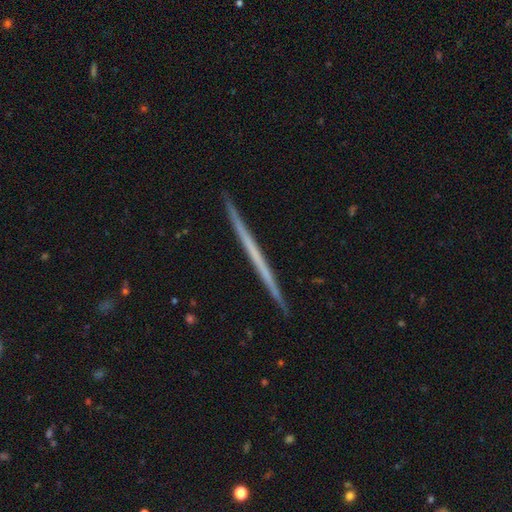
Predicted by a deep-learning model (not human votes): This appears to be a featured or disk galaxy (62%) viewed edge-on (98%) with no central bulge (91%). Merging: none (92%).